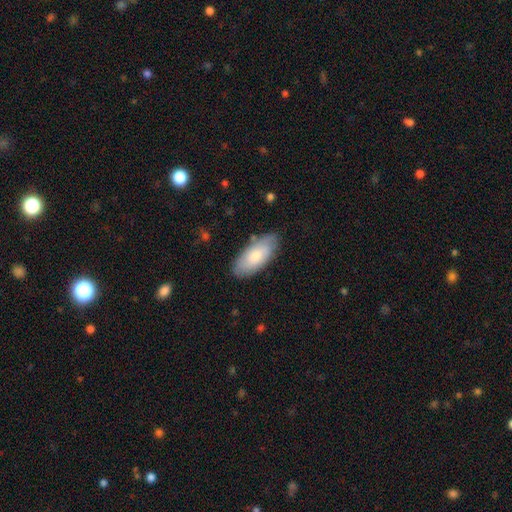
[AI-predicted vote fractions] A smooth galaxy with no disk features (70%) that is in between round and cigar-shaped (89%).

Vote fractions:
- Smooth or featured? smooth: 70% / featured or disk: 24% / star or artifact: 6%
- How rounded? in between: 89% / cigar-shaped: 9% / round: 2%
- Merging? none: 79% / minor disturbance: 16% / major disturbance: 3% / merger: 2%